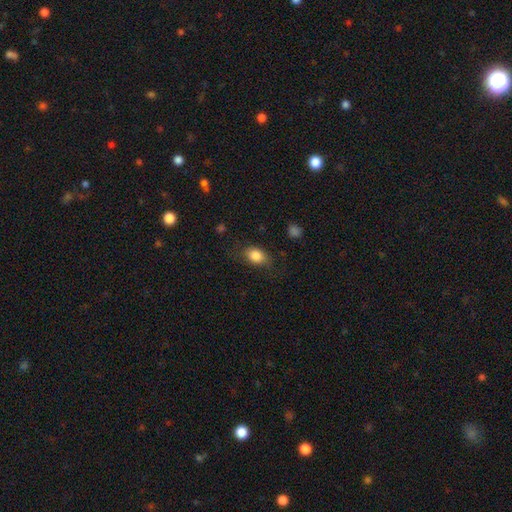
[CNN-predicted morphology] A smooth galaxy with no disk features (85%) that is in between round and cigar-shaped (76%). Merging: none (74%).